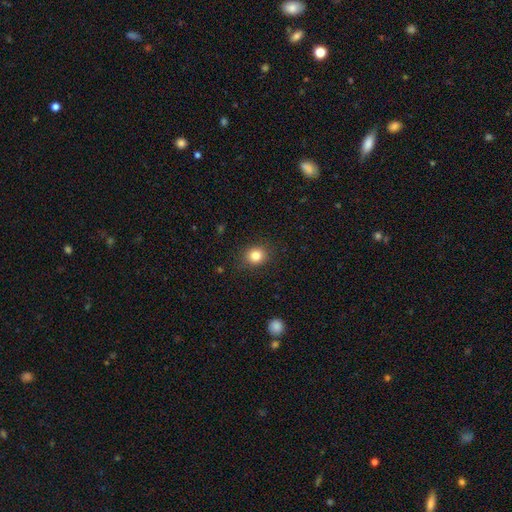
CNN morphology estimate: Smooth or featured? Predicted: smooth (p=0.83). How rounded? Predicted: round (p=0.77). Merging? Predicted: none (p=0.88).